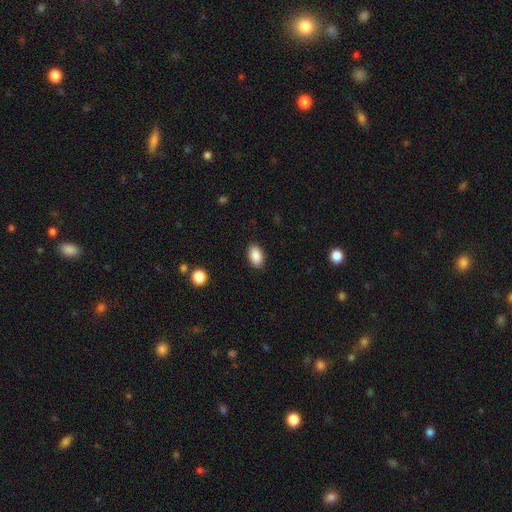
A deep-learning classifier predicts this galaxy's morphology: A smooth galaxy with no disk features (88%) that is in between round and cigar-shaped (93%).

Vote fractions:
- Smooth or featured? smooth: 88% / star or artifact: 7% / featured or disk: 4%
- How rounded? in between: 93% / round: 6% / cigar-shaped: 2%
- Merging? none: 89% / minor disturbance: 8% / major disturbance: 2% / merger: 1%